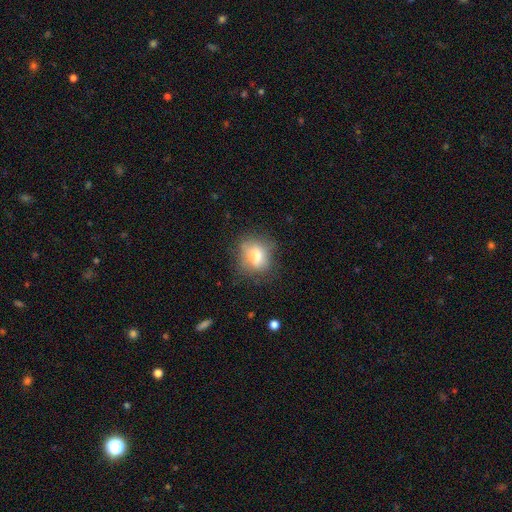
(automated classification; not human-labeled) This is likely a smooth galaxy (77%). How rounded: possibly round (59%). Merging: likely none (61%).